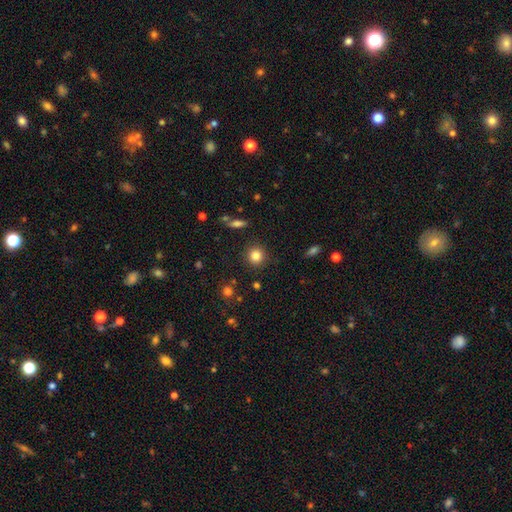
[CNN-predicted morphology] Overall: smooth (83%). How rounded: round (92%). Merging: none (90%).